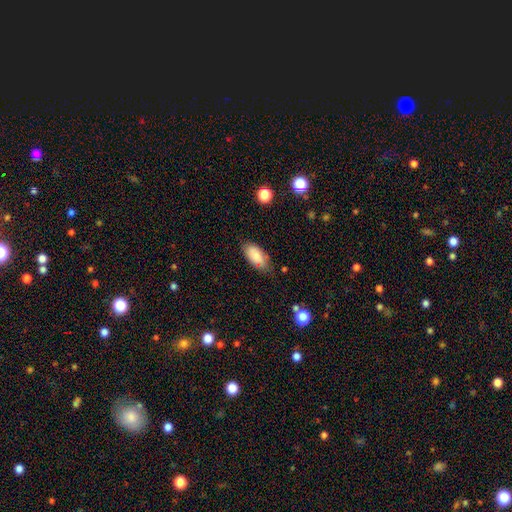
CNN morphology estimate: smooth 80%, featured or disk 12%, star or artifact 7%. Down the decision tree: how rounded — in between (92%); merging — none (70%).